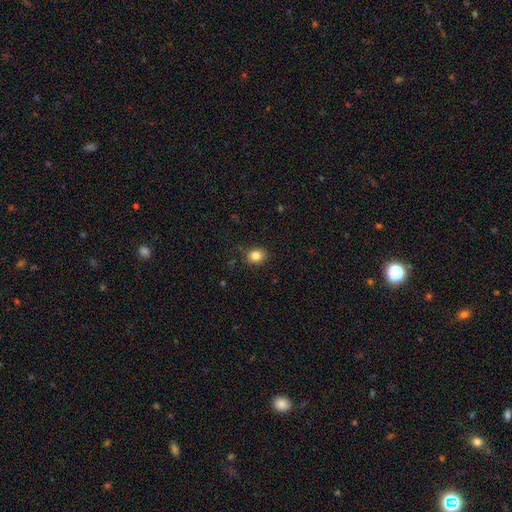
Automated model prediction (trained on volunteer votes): A smooth galaxy with no disk features (84%) that is round (60%). Merging: none (85%).